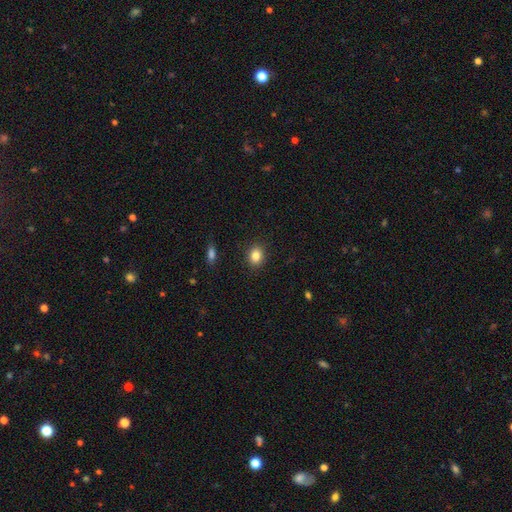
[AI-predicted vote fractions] Smooth or featured? smooth (85%)
How rounded? round (55%)
Merging? none (89%)